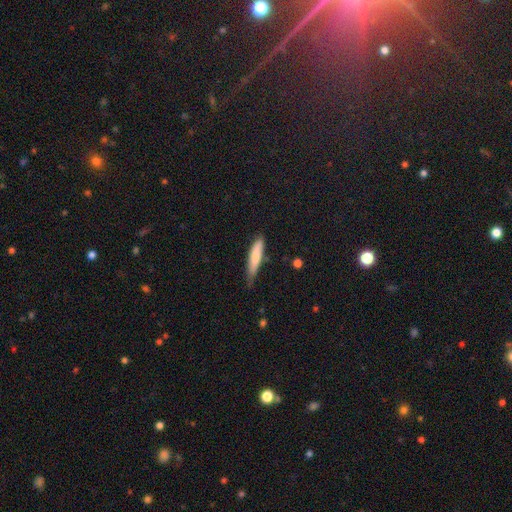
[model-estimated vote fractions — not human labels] Overall: smooth (79%). How rounded: cigar-shaped (83%). Merging: none (58%; minor disturbance 35%).